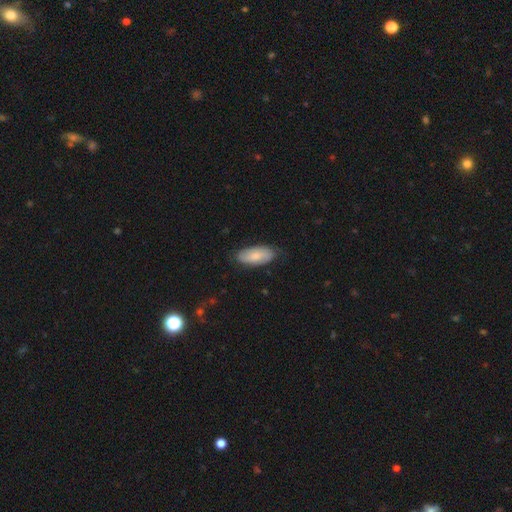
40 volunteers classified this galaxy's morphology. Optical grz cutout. It shows a smooth galaxy with no disk features (75%) that is in between round and cigar-shaped (90%). Merging: none (75%).